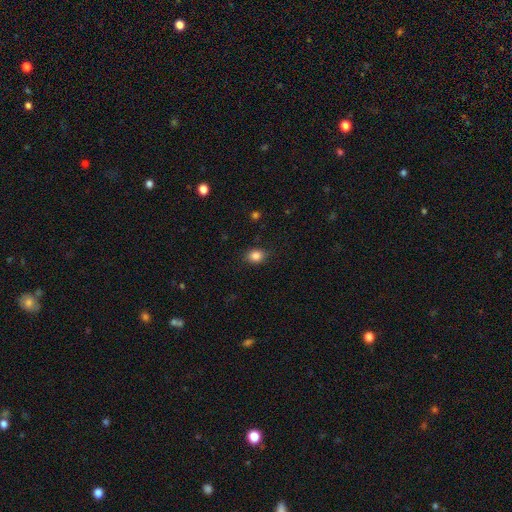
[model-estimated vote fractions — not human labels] smooth 85%, star or artifact 10%, featured or disk 5%. Down the decision tree: how rounded — in between (58%); merging — none (85%).